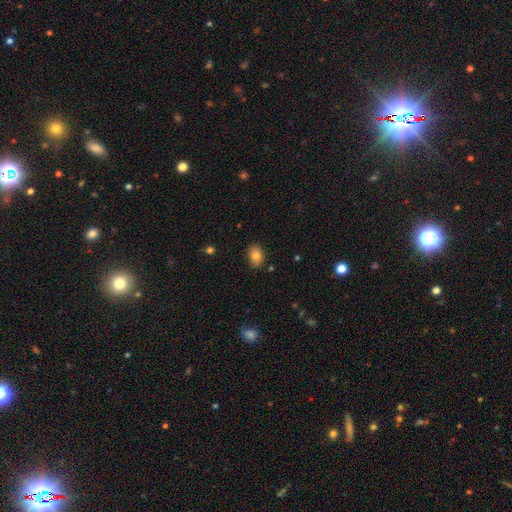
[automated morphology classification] A smooth galaxy with no disk features (83%) that is in between round and cigar-shaped (77%).

Vote fractions:
- Smooth or featured? smooth: 83% / star or artifact: 9% / featured or disk: 8%
- How rounded? in between: 77% / round: 21% / cigar-shaped: 1%
- Merging? none: 84% / minor disturbance: 12% / major disturbance: 2% / merger: 1%